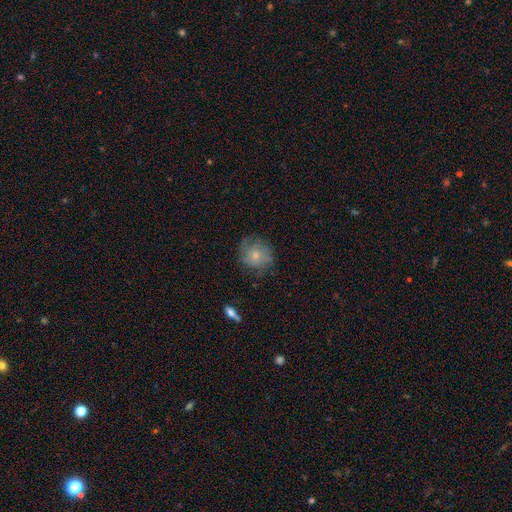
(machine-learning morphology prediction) Smooth or featured? smooth (63%)
How rounded? round (82%)
Merging? none (64%)